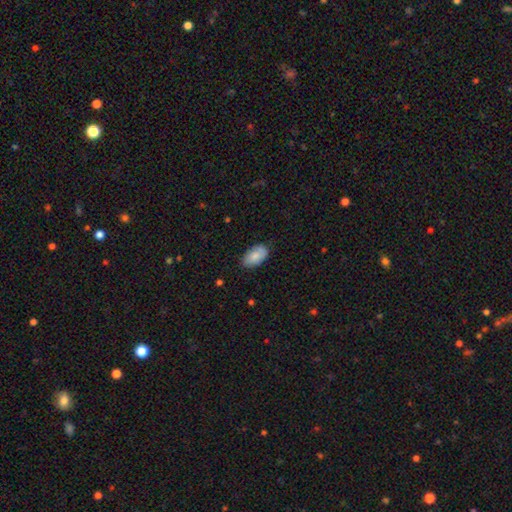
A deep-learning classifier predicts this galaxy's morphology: Smooth or featured?
  - smooth: 81% *
  - featured or disk: 12%
  - star or artifact: 6%
How rounded?
  - in between: 94% *
  - round: 5%
  - cigar-shaped: 1%
Merging?
  - none: 78% *
  - minor disturbance: 18%
  - major disturbance: 3%
  - merger: 1%